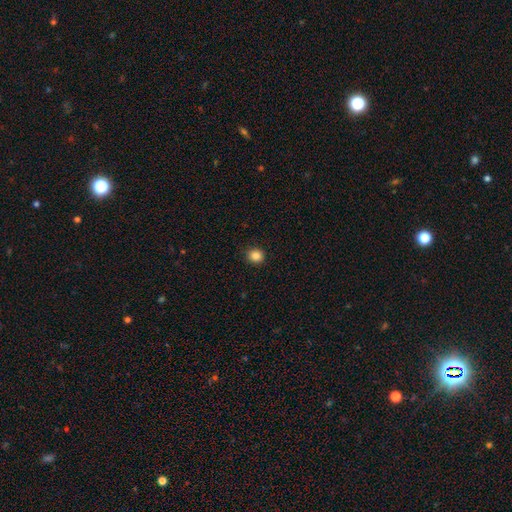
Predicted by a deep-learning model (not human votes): smooth_or_featured: smooth (p=0.86) [alt: star or artifact p=0.11]
how_rounded: round (p=0.86) [alt: in between p=0.14]
merging: none (p=0.91) [alt: minor disturbance p=0.06]